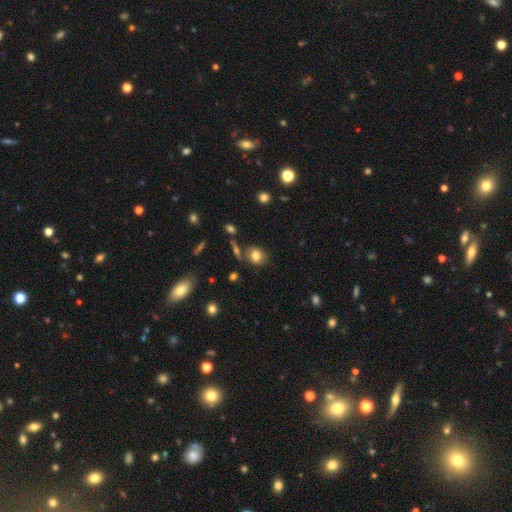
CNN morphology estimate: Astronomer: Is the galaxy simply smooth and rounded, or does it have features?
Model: smooth — 79%.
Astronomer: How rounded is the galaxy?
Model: round — 56% (runner-up: in between, 42%).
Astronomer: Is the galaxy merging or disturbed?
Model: none — 69%.